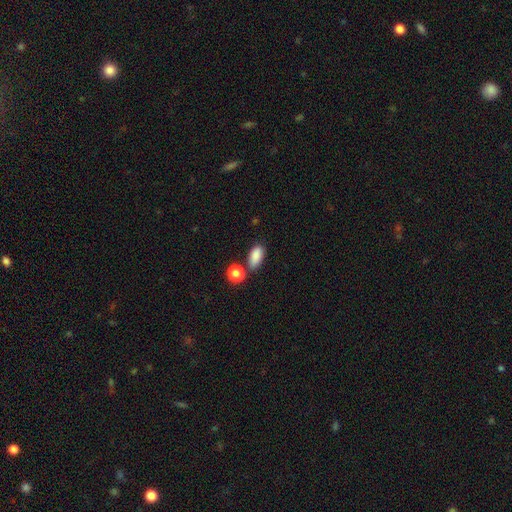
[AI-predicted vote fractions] smooth_or_featured: smooth (p=0.87) [alt: star or artifact p=0.08]
how_rounded: in between (p=0.88) [alt: round p=0.07]
merging: none (p=0.67) [alt: minor disturbance p=0.16]